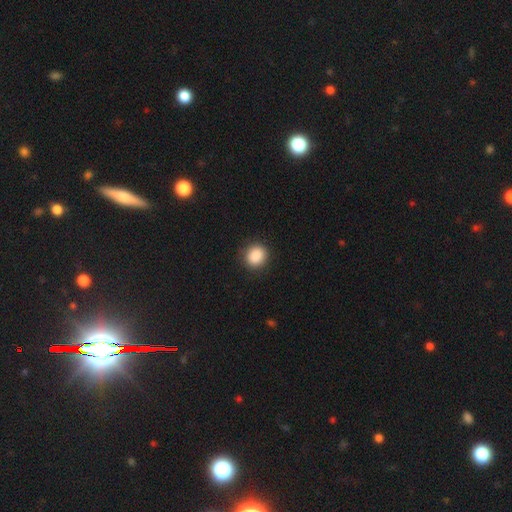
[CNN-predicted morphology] This appears to be a smooth galaxy with no disk features (89%) that is round (82%). Merging: none (89%).